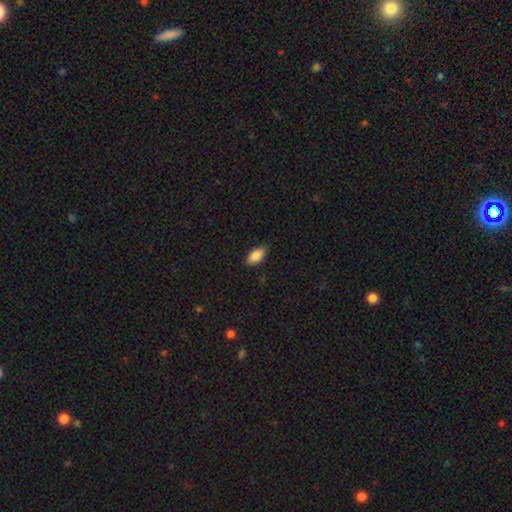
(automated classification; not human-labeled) The model was most divided on "merging": none: 83%, minor disturbance: 13%, major disturbance: 2%, merger: 1%. More confident: how rounded — in between (91%); smooth or featured — smooth (86%).